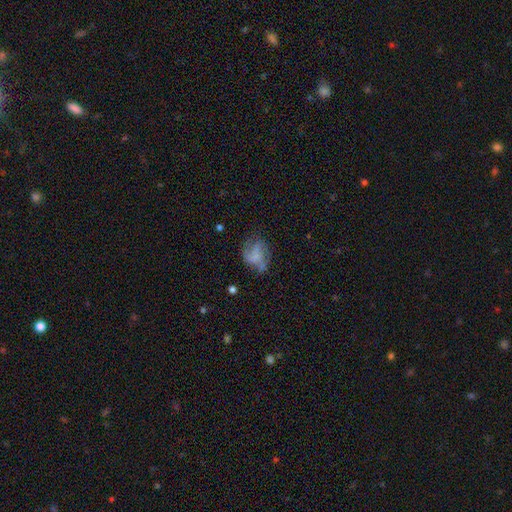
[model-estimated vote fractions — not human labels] This appears to be a featured or disk galaxy (50%). Merging: none (45%).